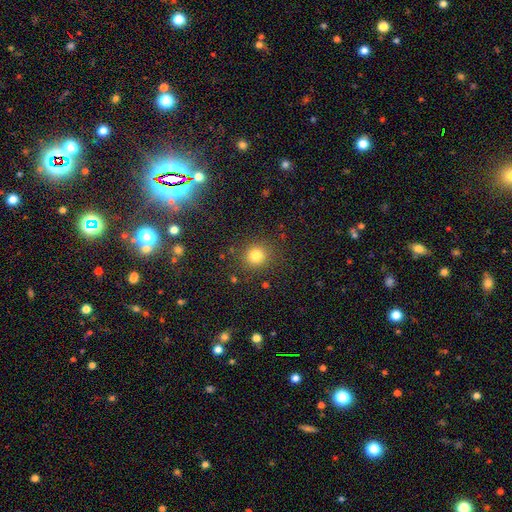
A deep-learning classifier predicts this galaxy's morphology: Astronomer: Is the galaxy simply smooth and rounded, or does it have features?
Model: smooth — 79%.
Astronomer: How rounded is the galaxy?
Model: round — 89%.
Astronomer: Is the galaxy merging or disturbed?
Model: none — 88%.